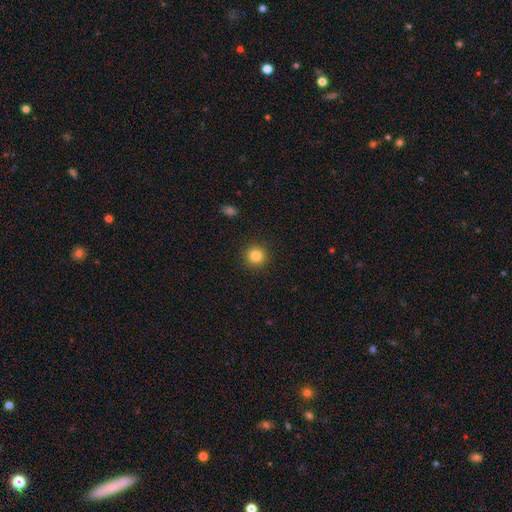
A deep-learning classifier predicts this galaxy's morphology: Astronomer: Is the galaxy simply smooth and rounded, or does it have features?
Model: smooth — 84%.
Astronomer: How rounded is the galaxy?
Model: round — 95%.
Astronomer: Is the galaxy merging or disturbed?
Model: none — 92%.